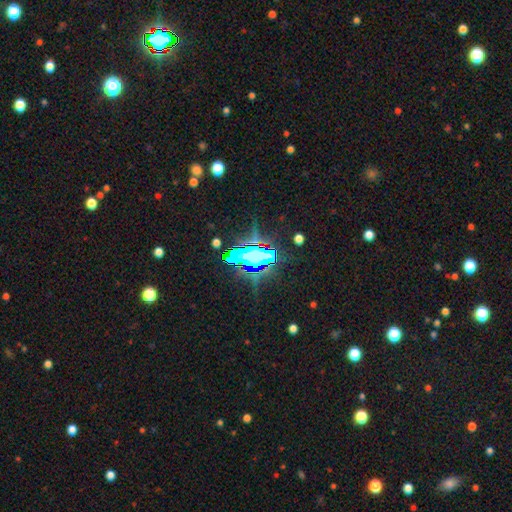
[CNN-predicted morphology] star or artifact 65%, smooth 19%, featured or disk 16%.